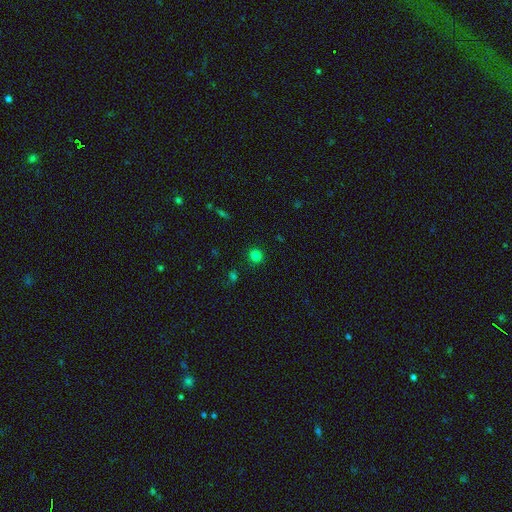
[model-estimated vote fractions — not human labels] Smooth or featured?
  - smooth: 80% *
  - star or artifact: 16%
  - featured or disk: 4%
How rounded?
  - round: 92% *
  - in between: 7%
  - cigar-shaped: 1%
Merging?
  - none: 90% *
  - minor disturbance: 6%
  - major disturbance: 2%
  - merger: 2%